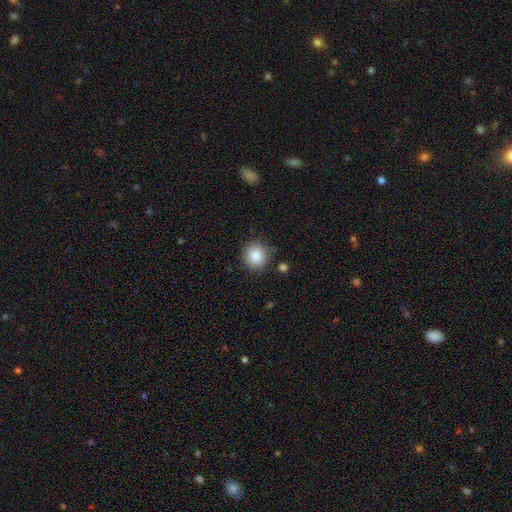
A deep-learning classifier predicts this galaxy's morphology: Smooth or featured: smooth — 86% (star or artifact — 9%)
How rounded: round — 83% (in between — 16%)
Merging: none — 84% (minor disturbance — 11%)